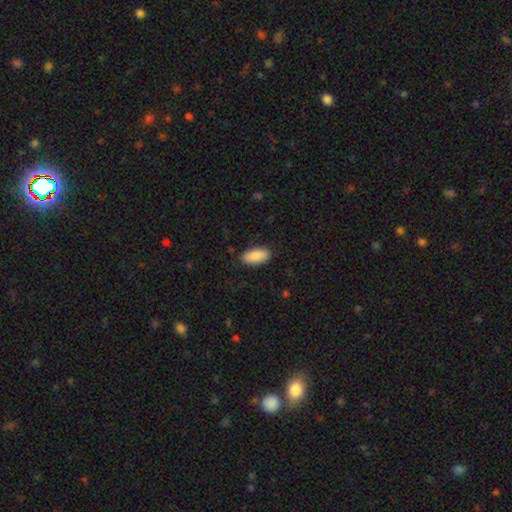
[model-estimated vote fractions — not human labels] smooth_or_featured: smooth (p=0.89) [alt: star or artifact p=0.06]
how_rounded: in between (p=0.93) [alt: cigar-shaped p=0.05]
merging: none (p=0.87) [alt: minor disturbance p=0.10]